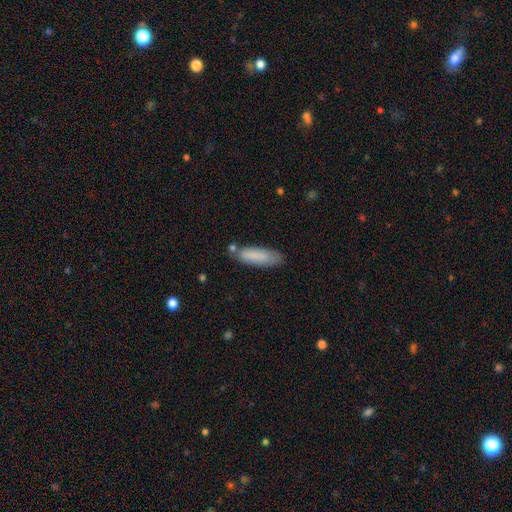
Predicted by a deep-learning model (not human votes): The model was most divided on "how rounded": cigar-shaped: 58%, in between: 41%, round: 1%. More confident: smooth or featured — smooth (84%); merging — none (71%).